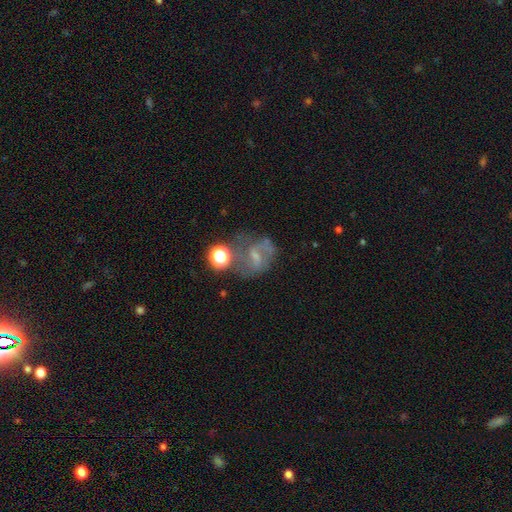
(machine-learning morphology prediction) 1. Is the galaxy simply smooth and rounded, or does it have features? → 53% featured or disk, 27% smooth, 20% star or artifact.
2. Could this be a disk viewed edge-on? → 96% no, 4% yes.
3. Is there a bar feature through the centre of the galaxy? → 46% weak, 37% no, 17% strong.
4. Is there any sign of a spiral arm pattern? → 64% yes, 36% no.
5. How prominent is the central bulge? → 49% small, 24% moderate, 24% none, 3% large, 1% dominant.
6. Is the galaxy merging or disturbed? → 44% none, 24% major disturbance, 20% minor disturbance, 12% merger.